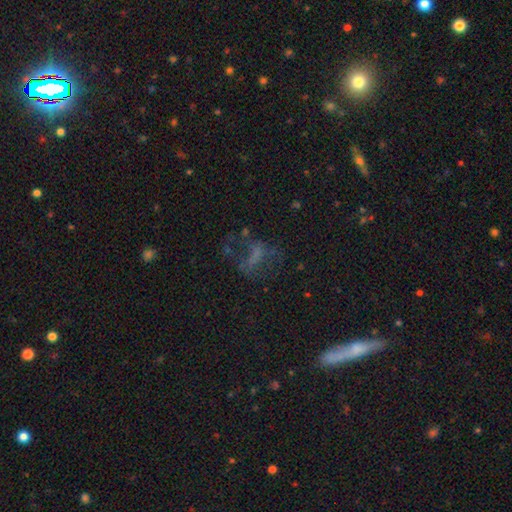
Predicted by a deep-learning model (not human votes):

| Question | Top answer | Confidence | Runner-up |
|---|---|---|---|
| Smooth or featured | featured or disk | 40% | smooth (32%) |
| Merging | none | 45% | major disturbance (33%) |